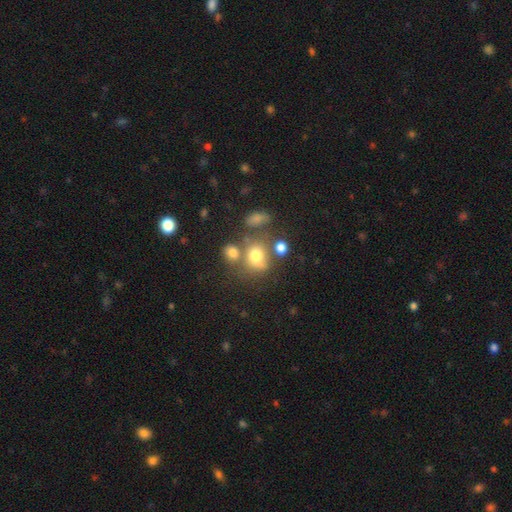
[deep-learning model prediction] Morphology: type=smooth (70%); roundness=round (62%); merging=none (44%).